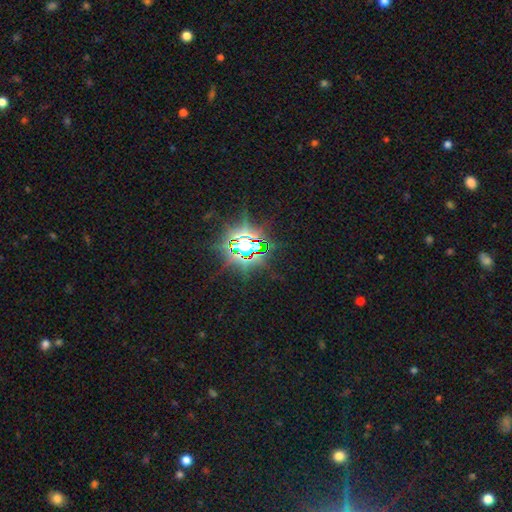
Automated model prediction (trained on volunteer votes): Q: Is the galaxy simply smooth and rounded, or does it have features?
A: star or artifact — 82%.